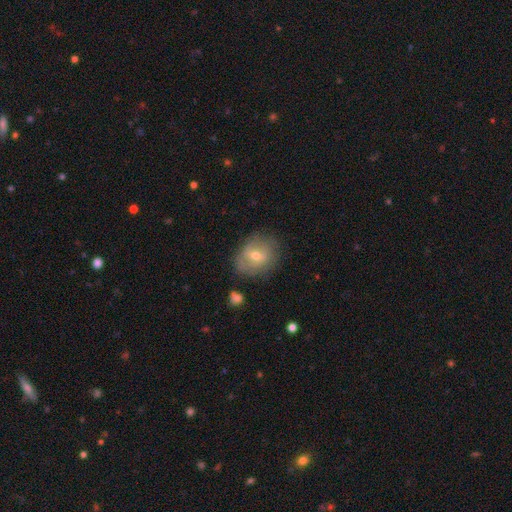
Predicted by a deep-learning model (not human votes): Smooth or featured? featured or disk (46%)
Merging? none (69%)